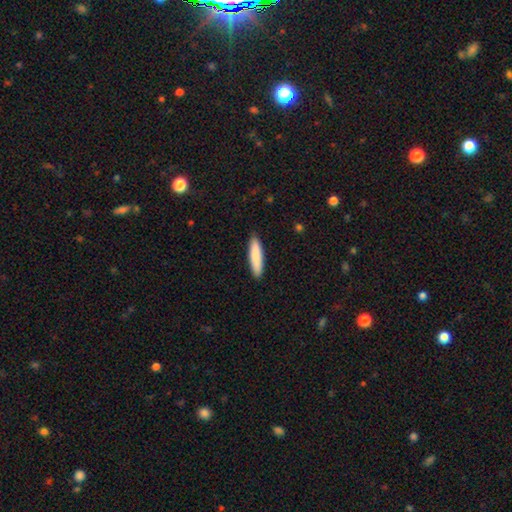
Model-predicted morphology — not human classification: Smooth or featured?
  - smooth: 86% *
  - featured or disk: 9%
  - star or artifact: 5%
How rounded?
  - cigar-shaped: 77% *
  - in between: 21%
  - round: 1%
Merging?
  - none: 89% *
  - minor disturbance: 8%
  - major disturbance: 2%
  - merger: 1%